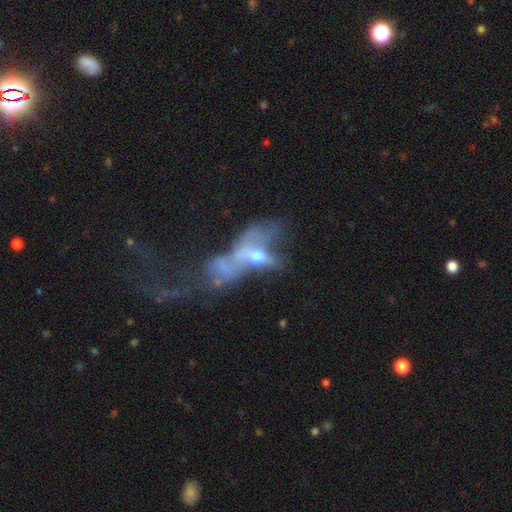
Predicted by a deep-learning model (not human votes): Morphology: type=featured or disk (56%); edge-on=no (84%); merging=merger (42%).